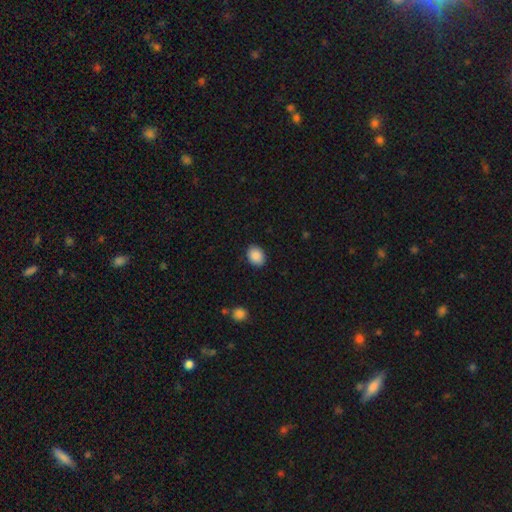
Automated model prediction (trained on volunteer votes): Morphology: type=smooth (90%); roundness=in between (60%); merging=none (88%).